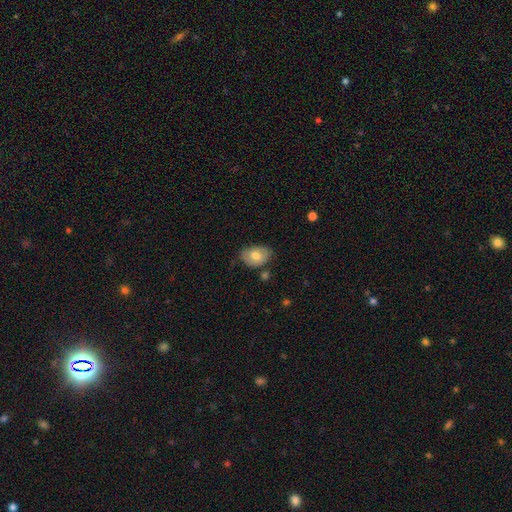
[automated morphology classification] smooth 71%, featured or disk 21%, star or artifact 7%. Down the decision tree: how rounded — in between (80%); merging — none (71%).